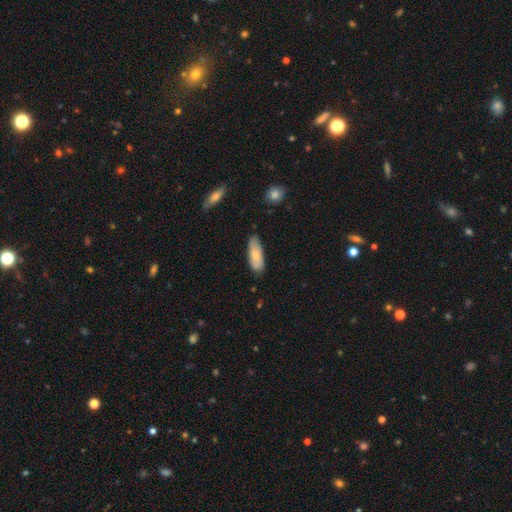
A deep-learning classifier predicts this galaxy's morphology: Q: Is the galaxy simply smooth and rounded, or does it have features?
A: smooth — 76%.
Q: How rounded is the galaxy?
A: in between — 71%.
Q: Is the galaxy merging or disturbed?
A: none — 75%.